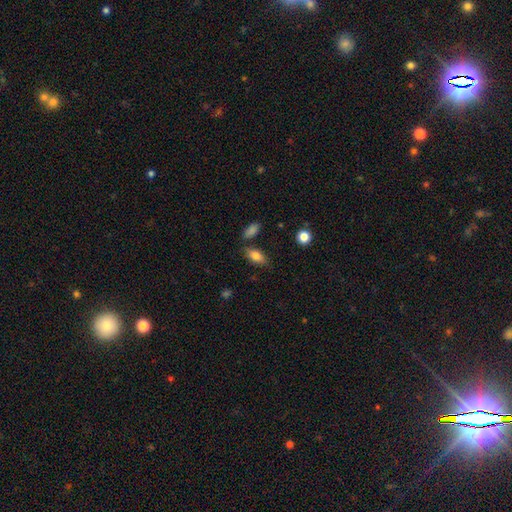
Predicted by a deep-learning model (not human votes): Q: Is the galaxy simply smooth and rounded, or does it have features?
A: smooth — 81%.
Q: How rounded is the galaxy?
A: in between — 87%.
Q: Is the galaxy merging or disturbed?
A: none — 76%.